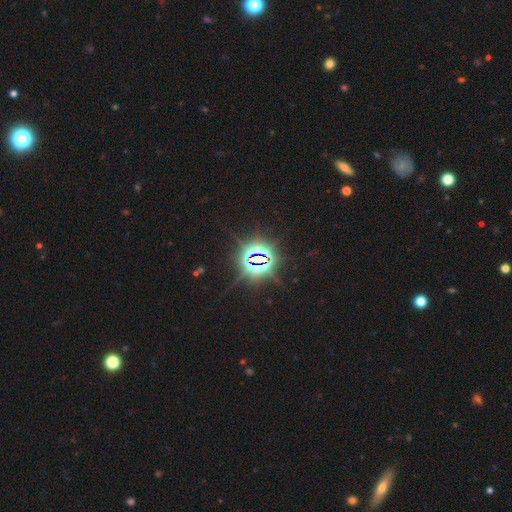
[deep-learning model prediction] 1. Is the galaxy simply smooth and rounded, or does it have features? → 85% star or artifact, 7% smooth, 7% featured or disk.